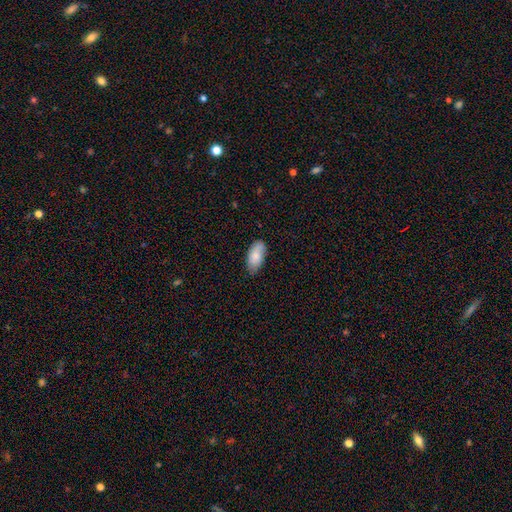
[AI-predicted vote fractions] smooth-or-featured: smooth: 77% | featured or disk: 17% | star or artifact: 6%
  how-rounded: in between: 93% | cigar-shaped: 5% | round: 2%
  merging: none: 78% | minor disturbance: 18% | major disturbance: 3% | merger: 1%